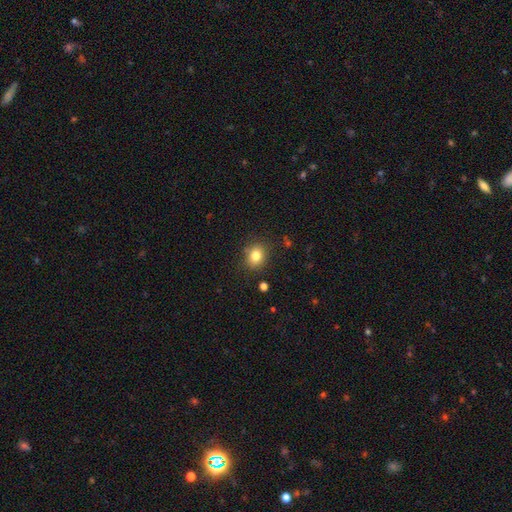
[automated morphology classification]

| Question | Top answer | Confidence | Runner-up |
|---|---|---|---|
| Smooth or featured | smooth | 81% | star or artifact (12%) |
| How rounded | round | 66% | in between (34%) |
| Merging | none | 85% | minor disturbance (10%) |